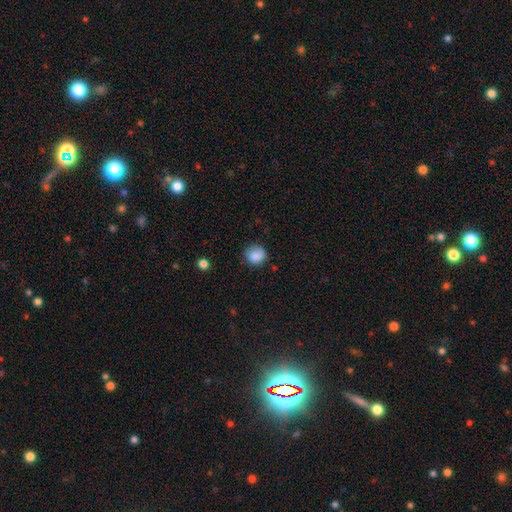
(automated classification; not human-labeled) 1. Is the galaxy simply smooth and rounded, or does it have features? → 83% smooth, 9% star or artifact, 8% featured or disk.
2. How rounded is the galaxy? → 84% round, 15% in between, 1% cigar-shaped.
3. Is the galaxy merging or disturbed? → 69% none, 22% minor disturbance, 7% major disturbance, 2% merger.